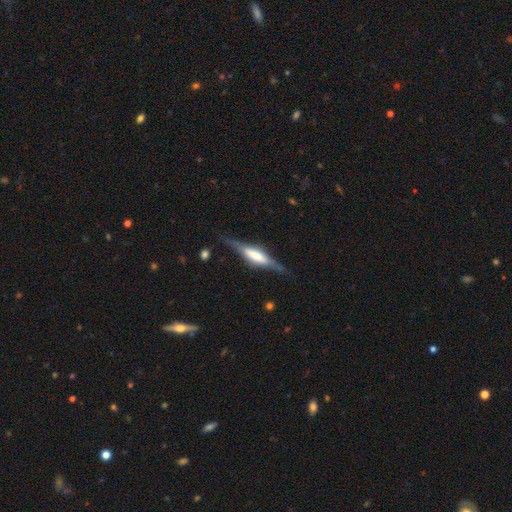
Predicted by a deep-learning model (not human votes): smooth_or_featured: featured or disk (p=0.69) [alt: smooth p=0.26]
disk_edge_on: yes (p=0.94) [alt: no p=0.06]
edge_on_bulge: boxy (p=0.57) [alt: rounded p=0.34]
merging: none (p=0.74) [alt: minor disturbance p=0.17]